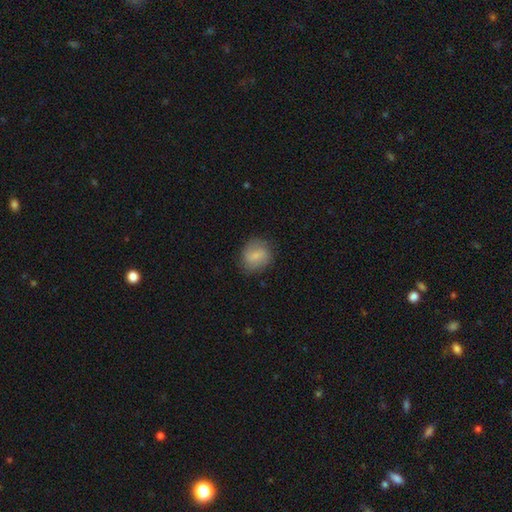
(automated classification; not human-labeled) Smooth or featured? Predicted: smooth (p=0.67). How rounded? Predicted: round (p=0.68). Merging? Predicted: none (p=0.77).